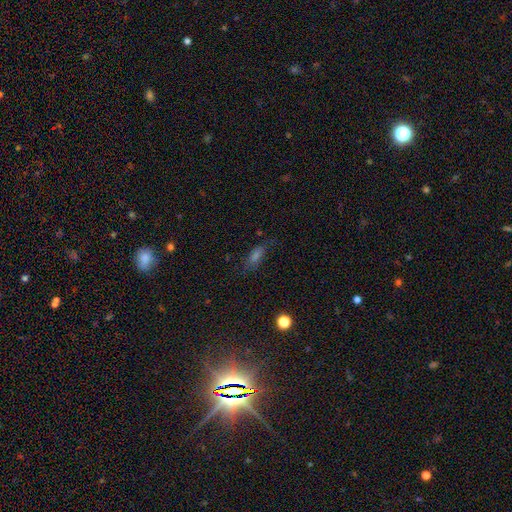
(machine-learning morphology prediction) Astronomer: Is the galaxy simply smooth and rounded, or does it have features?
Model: smooth — 48% (runner-up: star or artifact, 29%).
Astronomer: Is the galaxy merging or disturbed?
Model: none — 69%.